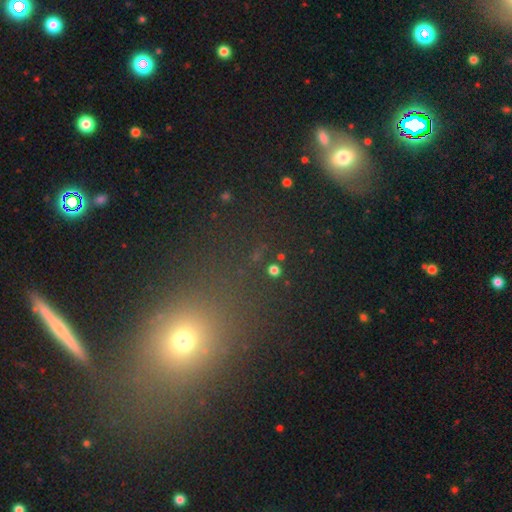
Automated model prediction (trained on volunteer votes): Smooth or featured? Predicted: smooth (p=0.48). Merging? Predicted: none (p=0.74).